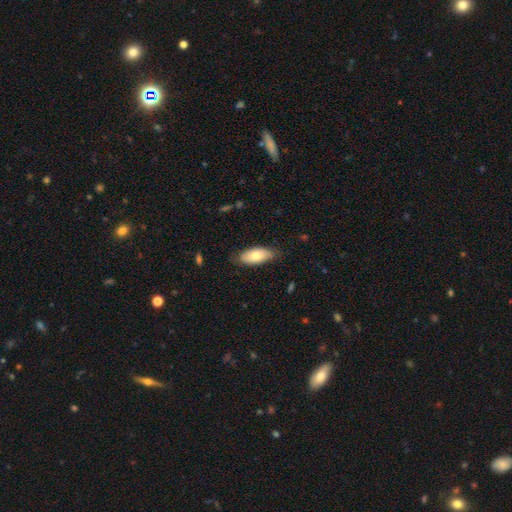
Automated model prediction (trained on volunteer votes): smooth-or-featured: smooth: 73% | featured or disk: 21% | star or artifact: 6%
  how-rounded: in between: 87% | cigar-shaped: 11% | round: 2%
  merging: none: 77% | minor disturbance: 19% | major disturbance: 3% | merger: 1%